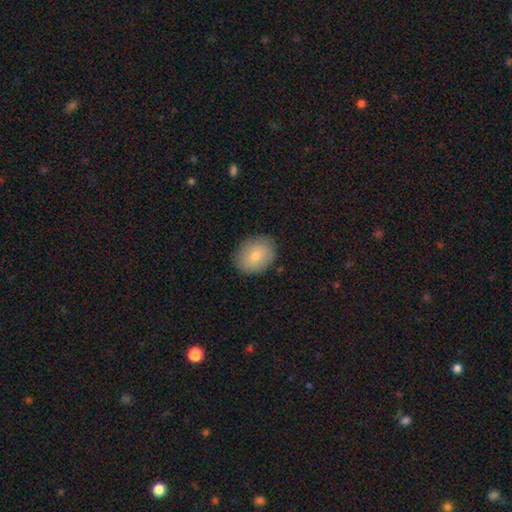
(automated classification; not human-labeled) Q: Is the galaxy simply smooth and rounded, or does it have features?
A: smooth — 77%.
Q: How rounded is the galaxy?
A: in between — 57%.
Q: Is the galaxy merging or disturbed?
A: none — 86%.